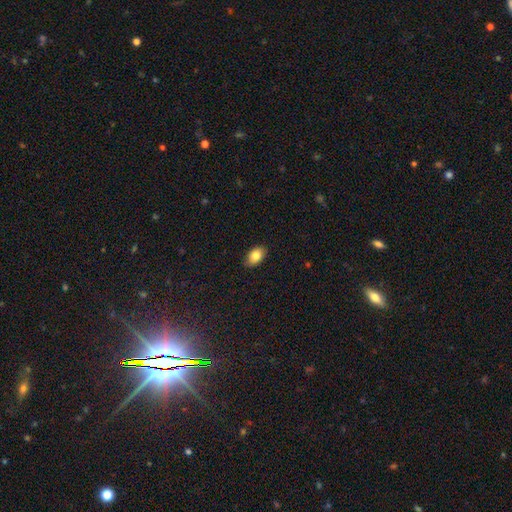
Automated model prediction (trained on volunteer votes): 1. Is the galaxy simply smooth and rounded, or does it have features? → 82% smooth, 11% featured or disk, 8% star or artifact.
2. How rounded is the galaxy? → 89% in between, 9% round, 2% cigar-shaped.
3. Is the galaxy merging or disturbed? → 83% none, 13% minor disturbance, 2% major disturbance, 1% merger.